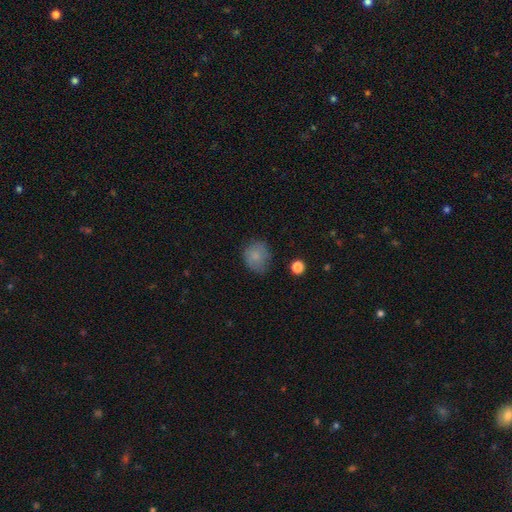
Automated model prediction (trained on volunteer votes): The model was most divided on "how rounded": round: 68%, in between: 31%, cigar-shaped: 1%. More confident: smooth or featured — smooth (79%); merging — none (66%).